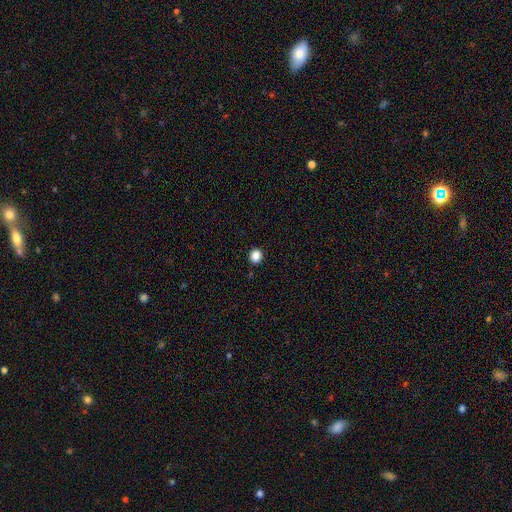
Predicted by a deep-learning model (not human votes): Q: Smooth or featured?
A: smooth (87%); runner-up: star or artifact (10%)
Q: How rounded?
A: round (76%); runner-up: in between (23%)
Q: Merging?
A: none (91%); runner-up: minor disturbance (6%)